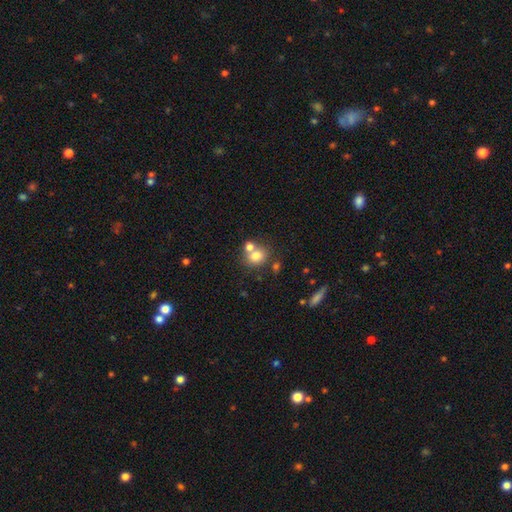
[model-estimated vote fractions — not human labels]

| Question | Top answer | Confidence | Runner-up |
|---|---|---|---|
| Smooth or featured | smooth | 75% | featured or disk (14%) |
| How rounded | round | 65% | in between (34%) |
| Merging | none | 46% | merger (42%) |